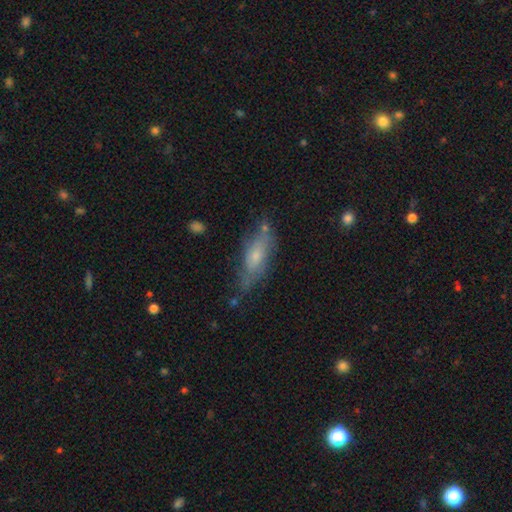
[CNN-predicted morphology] A smooth galaxy with no disk features (54%) that is in between round and cigar-shaped (59%).

Vote fractions:
- Smooth or featured? smooth: 54% / featured or disk: 38% / star or artifact: 7%
- How rounded? in between: 59% / cigar-shaped: 39% / round: 3%
- Merging? none: 60% / minor disturbance: 26% / major disturbance: 9% / merger: 5%